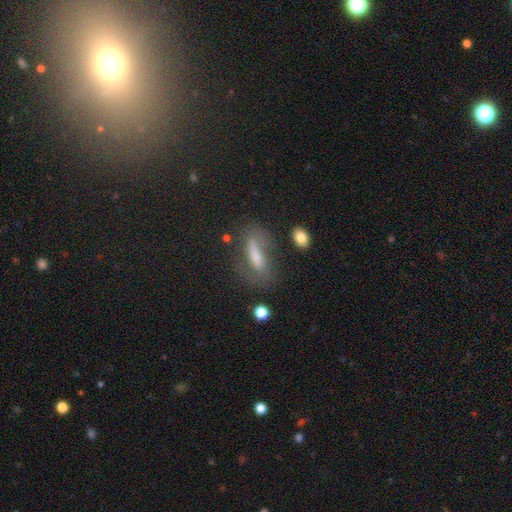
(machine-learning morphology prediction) Q: Smooth or featured?
A: smooth (46%); runner-up: featured or disk (35%)
Q: Merging?
A: none (56%); runner-up: minor disturbance (24%)